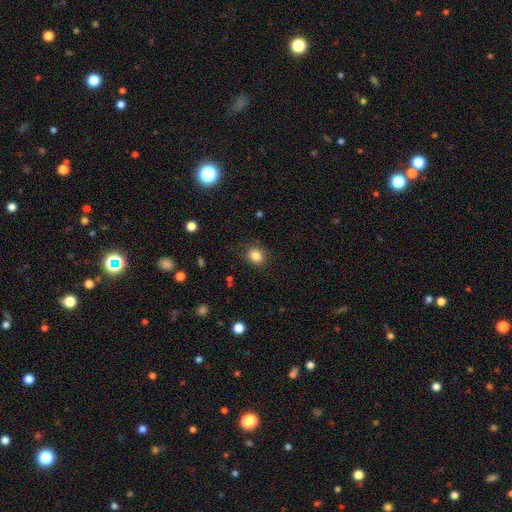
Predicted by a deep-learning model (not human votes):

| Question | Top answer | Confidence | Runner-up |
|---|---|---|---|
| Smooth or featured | smooth | 84% | star or artifact (11%) |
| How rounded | round | 73% | in between (26%) |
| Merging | none | 86% | minor disturbance (10%) |